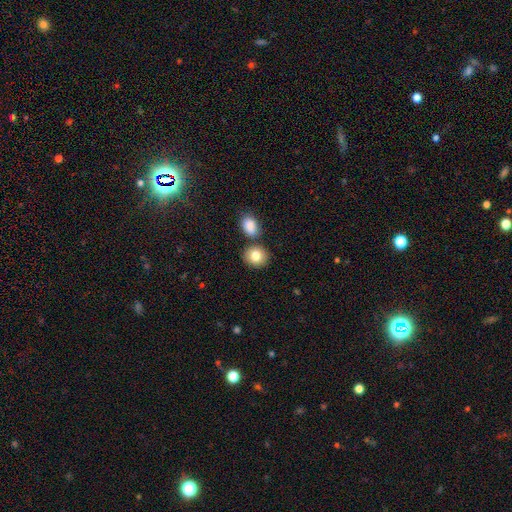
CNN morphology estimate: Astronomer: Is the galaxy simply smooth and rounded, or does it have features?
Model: smooth — 83%.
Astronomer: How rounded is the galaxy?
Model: round — 67%.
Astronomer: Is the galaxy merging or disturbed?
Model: none — 71%.